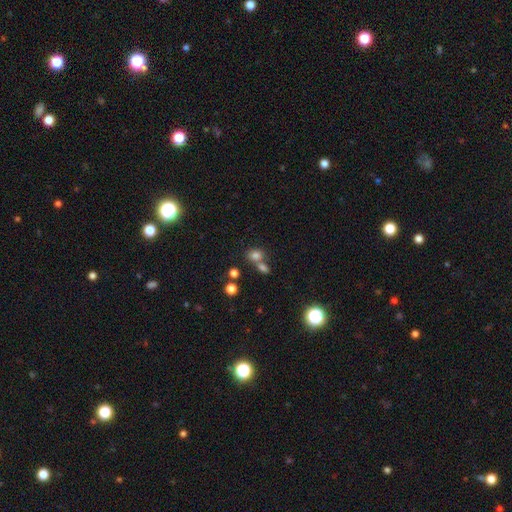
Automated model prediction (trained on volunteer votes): Q: Smooth or featured?
A: smooth (75%); runner-up: star or artifact (16%)
Q: How rounded?
A: round (52%); runner-up: in between (47%)
Q: Merging?
A: none (47%); runner-up: merger (41%)